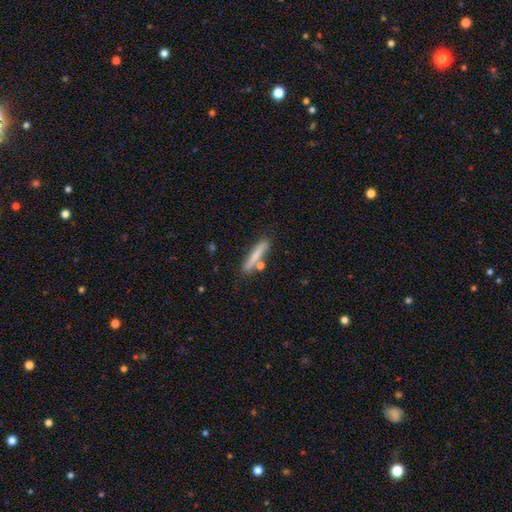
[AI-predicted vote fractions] The model was most divided on "smooth or featured": smooth: 70%, featured or disk: 23%, star or artifact: 7%. More confident: how rounded — cigar-shaped (90%); merging — none (77%).